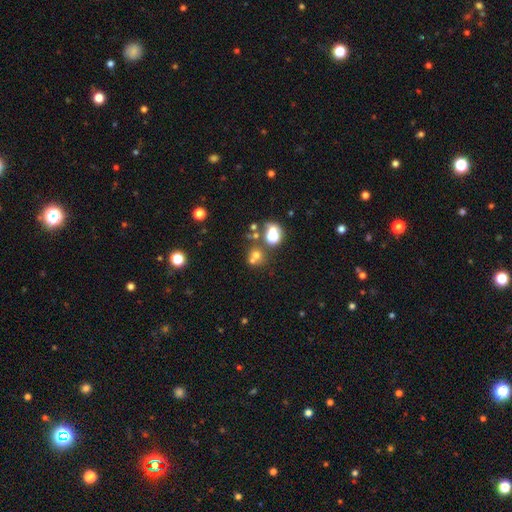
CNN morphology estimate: This is possibly a smooth galaxy (60%). How rounded: clearly round (82%). Merging: possibly none (48%).